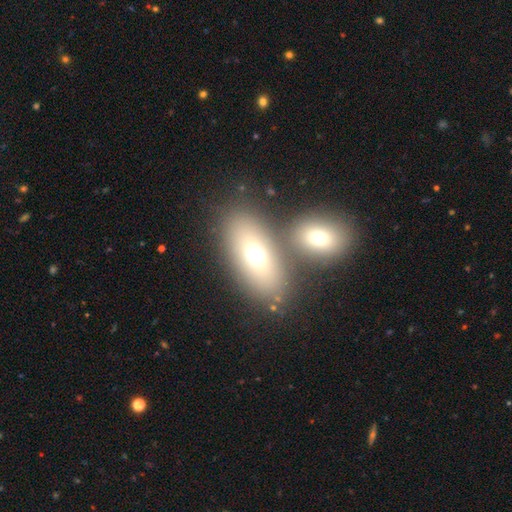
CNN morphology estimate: This is likely a smooth galaxy (67%). How rounded: clearly in between (84%). Merging: possibly none (55%).